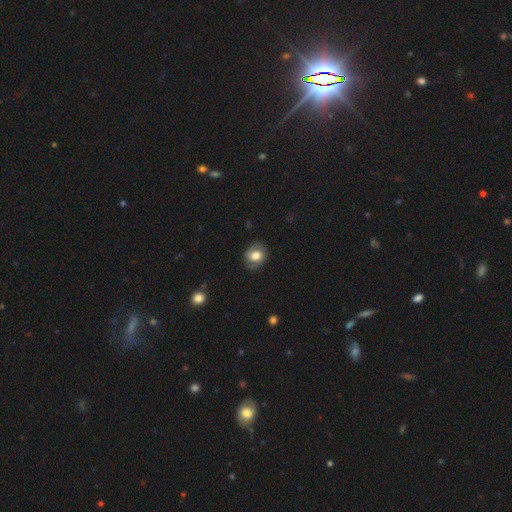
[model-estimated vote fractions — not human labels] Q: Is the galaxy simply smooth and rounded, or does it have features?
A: smooth — 62%.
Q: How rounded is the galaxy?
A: round — 54%.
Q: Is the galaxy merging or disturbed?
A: none — 77%.